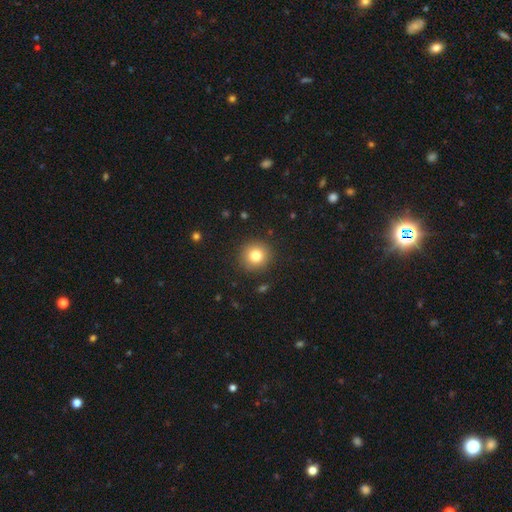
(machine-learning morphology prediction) smooth_or_featured: smooth (p=0.80) [alt: star or artifact p=0.12]
how_rounded: round (p=0.93) [alt: in between p=0.06]
merging: none (p=0.91) [alt: minor disturbance p=0.06]